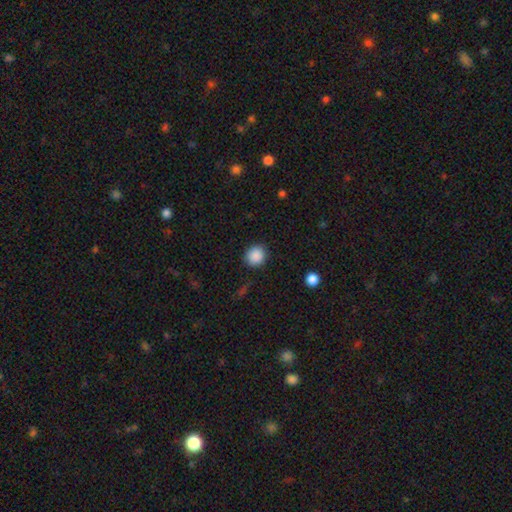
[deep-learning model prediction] Smooth or featured? Predicted: smooth (p=0.88). How rounded? Predicted: round (p=0.85). Merging? Predicted: none (p=0.89).